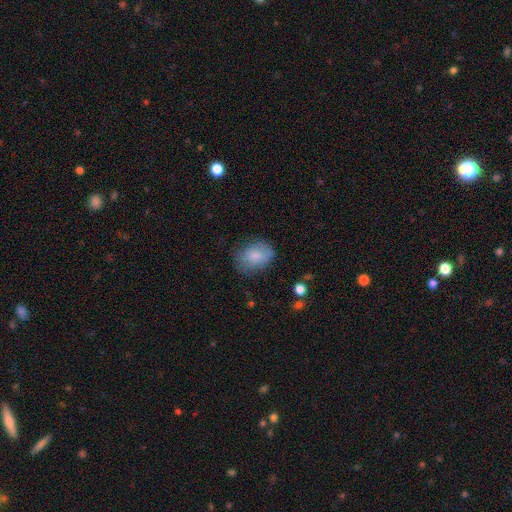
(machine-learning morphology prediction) smooth 81%, featured or disk 12%, star or artifact 7%. Down the decision tree: how rounded — in between (64%); merging — none (69%).